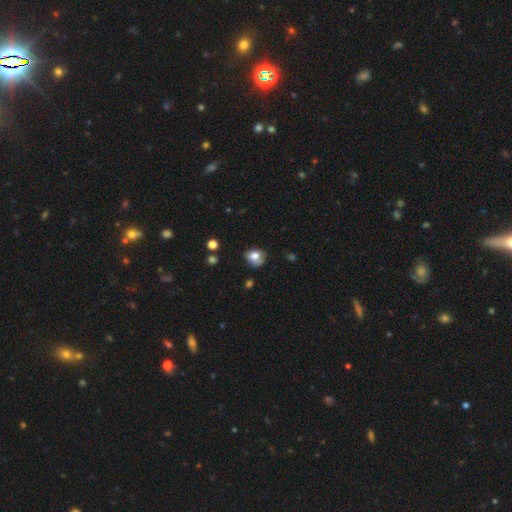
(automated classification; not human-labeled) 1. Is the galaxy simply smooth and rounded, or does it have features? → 73% smooth, 17% featured or disk, 11% star or artifact.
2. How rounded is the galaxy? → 62% round, 37% in between, 1% cigar-shaped.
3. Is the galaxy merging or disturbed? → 52% none, 32% minor disturbance, 12% major disturbance, 4% merger.